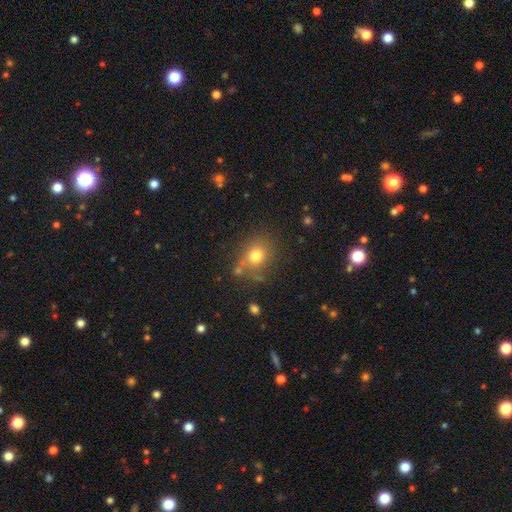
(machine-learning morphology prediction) smooth-or-featured: smooth: 76% | star or artifact: 14% | featured or disk: 10%
  how-rounded: round: 69% | in between: 30% | cigar-shaped: 1%
  merging: none: 71% | minor disturbance: 15% | merger: 8% | major disturbance: 6%